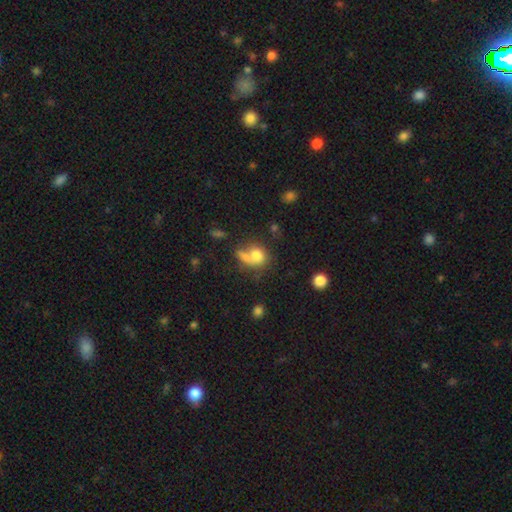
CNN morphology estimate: smooth 75%, featured or disk 14%, star or artifact 11%. Down the decision tree: how rounded — round (66%); merging — merger (42%).